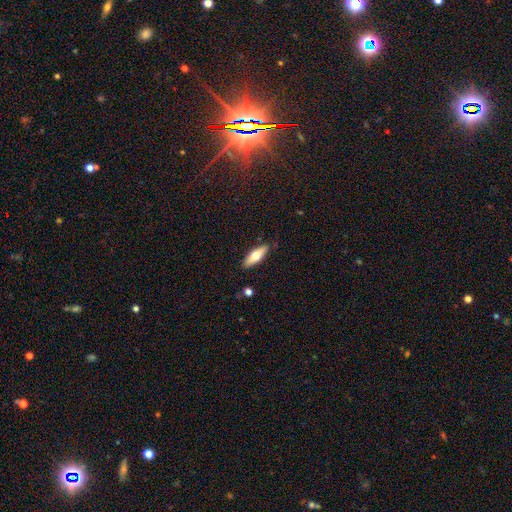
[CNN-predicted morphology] Q: Smooth or featured?
A: smooth (62%); runner-up: featured or disk (32%)
Q: How rounded?
A: in between (57%); runner-up: cigar-shaped (41%)
Q: Merging?
A: none (87%); runner-up: minor disturbance (10%)